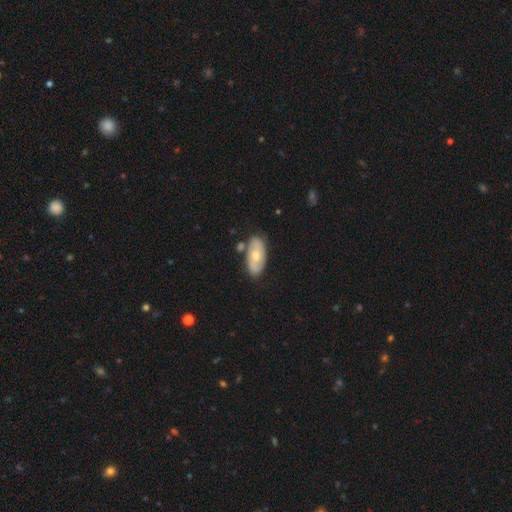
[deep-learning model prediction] Smooth or featured?
  - smooth: 50% *
  - featured or disk: 45%
  - star or artifact: 6%
Merging?
  - none: 71% *
  - minor disturbance: 15%
  - merger: 9%
  - major disturbance: 4%